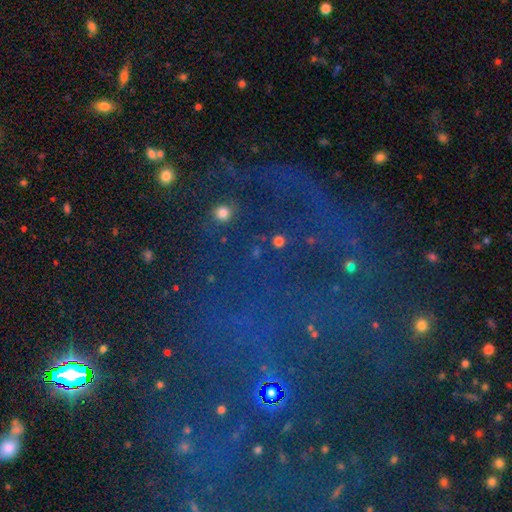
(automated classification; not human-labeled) A star or artifact, not a galaxy (62%).